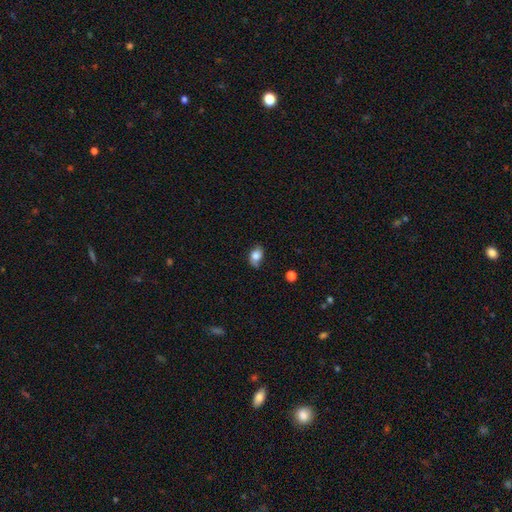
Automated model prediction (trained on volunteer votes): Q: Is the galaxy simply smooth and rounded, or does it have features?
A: smooth — 77%.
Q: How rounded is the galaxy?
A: in between — 83%.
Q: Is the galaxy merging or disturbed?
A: none — 64%.